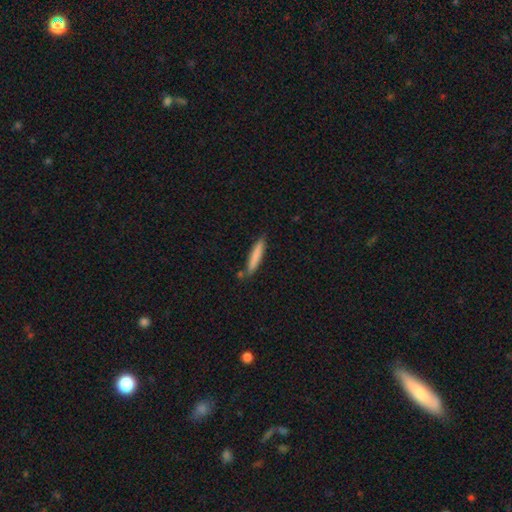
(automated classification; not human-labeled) A smooth galaxy with no disk features (80%) that is cigar-shaped (93%). Merging: none (82%).